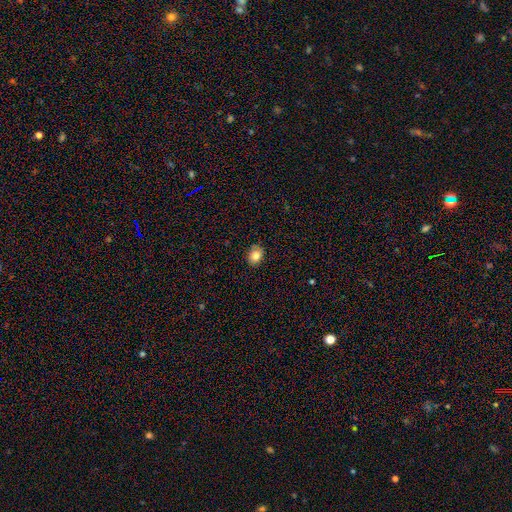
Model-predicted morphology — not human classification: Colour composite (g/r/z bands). It shows a smooth galaxy with no disk features (82%) that is in between round and cigar-shaped (63%). Merging: none (83%).